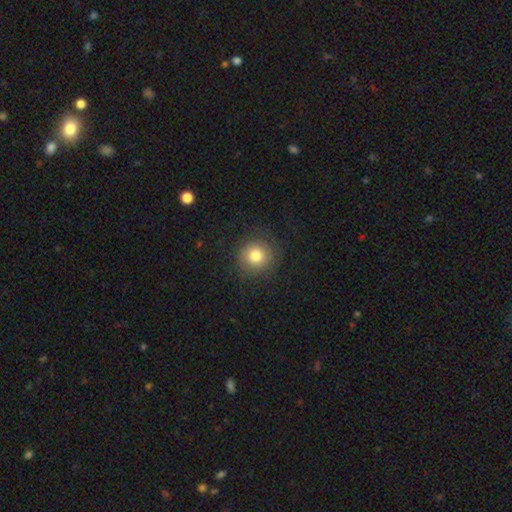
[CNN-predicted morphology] This appears to be a smooth galaxy with no disk features (78%) that is round (93%). Merging: none (83%).